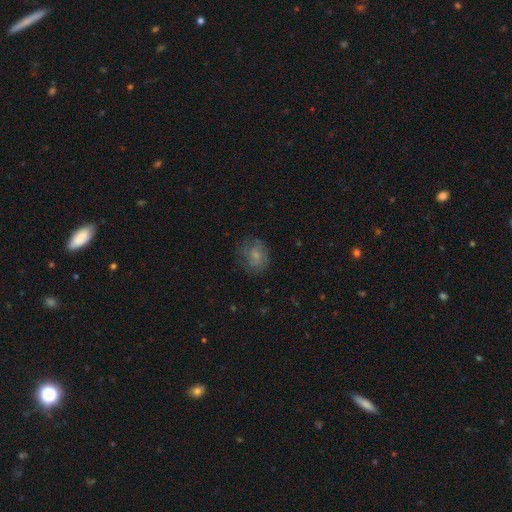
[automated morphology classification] Smooth or featured? smooth (56%)
How rounded? round (59%)
Merging? none (64%)